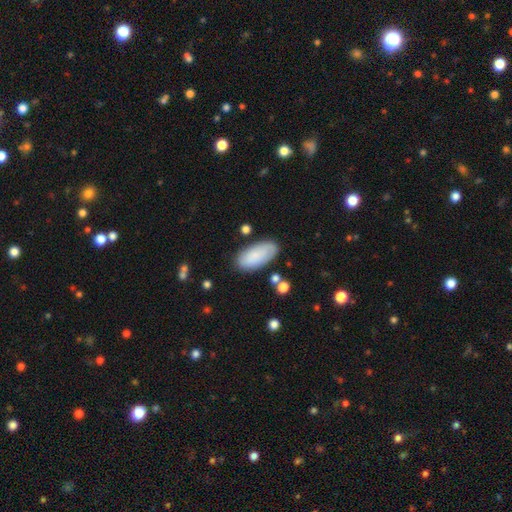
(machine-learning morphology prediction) Smooth or featured: smooth — 82% (featured or disk — 11%)
How rounded: in between — 91% (cigar-shaped — 7%)
Merging: none — 80% (minor disturbance — 14%)